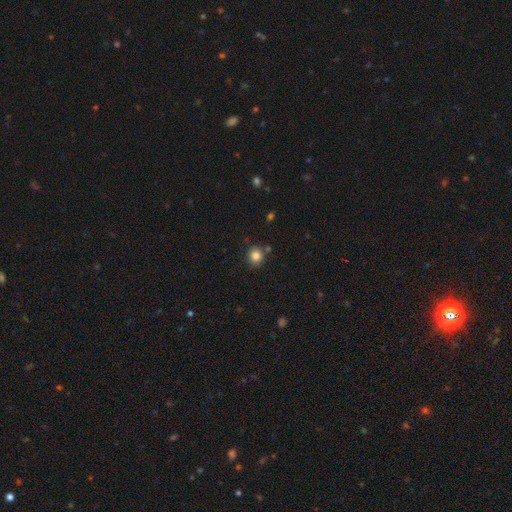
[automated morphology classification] smooth_or_featured: smooth (p=0.84) [alt: star or artifact p=0.11]
how_rounded: round (p=0.89) [alt: in between p=0.10]
merging: none (p=0.82) [alt: minor disturbance p=0.10]